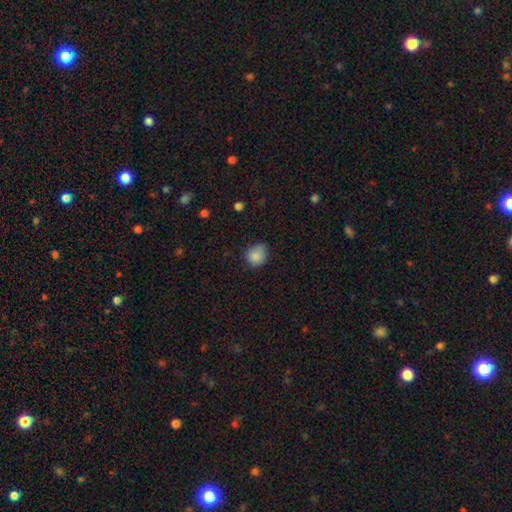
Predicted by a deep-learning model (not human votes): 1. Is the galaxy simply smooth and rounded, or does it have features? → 86% smooth, 9% star or artifact, 5% featured or disk.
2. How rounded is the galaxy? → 72% round, 27% in between, 1% cigar-shaped.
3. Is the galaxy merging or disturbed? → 63% none, 30% minor disturbance, 6% major disturbance, 2% merger.